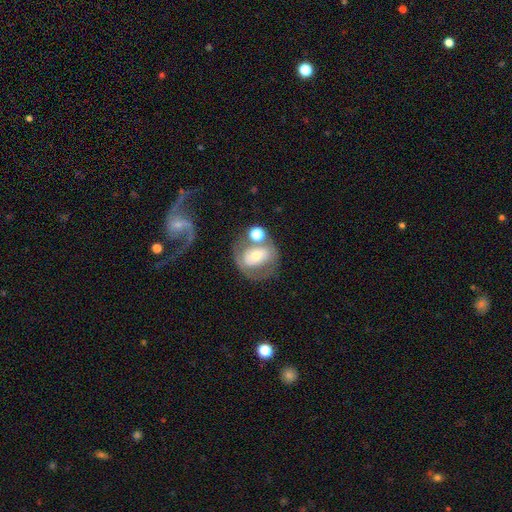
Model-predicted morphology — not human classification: Overall: featured or disk (51%; smooth 41%). Edge-on disk: no (95%). Merging: none (41%; merger 26%).